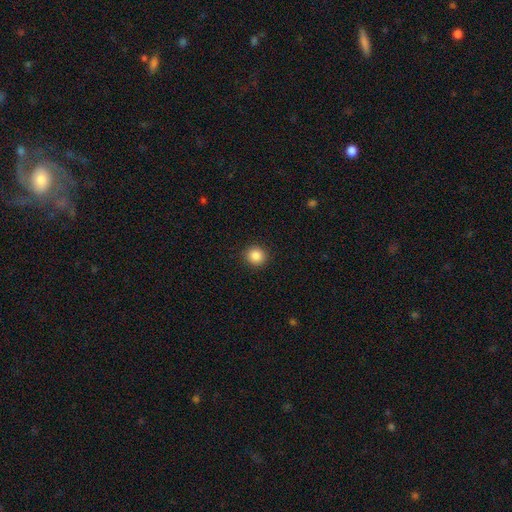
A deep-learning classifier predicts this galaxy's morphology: type=smooth (87%); roundness=round (91%); merging=none (92%).